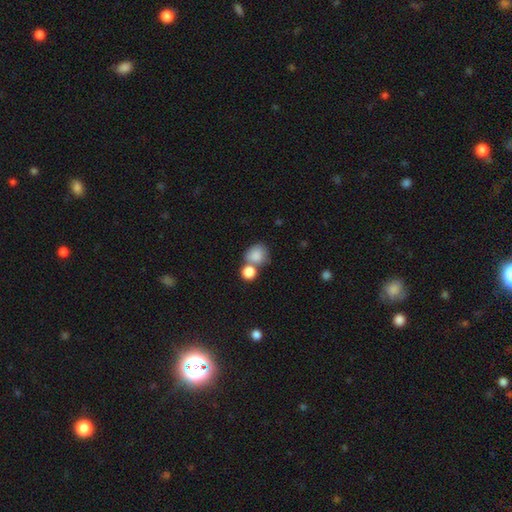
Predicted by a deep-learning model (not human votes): A smooth galaxy with no disk features (84%) that is round (70%). Merging: merger (44%).